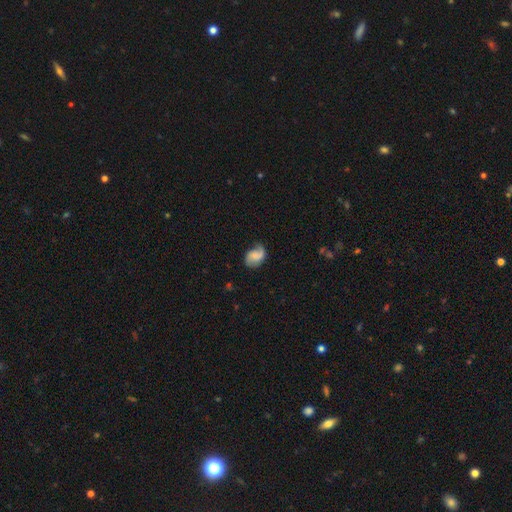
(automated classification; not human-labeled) A featured or disk galaxy (58%) with no bar (54%), 2 (68%) loose (44%) spiral arms (91%) and no central bulge (43%).

Vote fractions:
- Smooth or featured? featured or disk: 58% / smooth: 34% / star or artifact: 8%
- Edge-on disk? no: 98% / yes: 2%
- Bar? no: 54% / weak: 37% / strong: 9%
- Spiral arms? yes: 91% / no: 9%
- Spiral winding? loose: 44% / medium: 39% / tight: 18%
- Spiral arm count? 2: 68% / 1: 23% / can't tell: 6% / 3: 1% / 4: 1% / more than 4: 1%
- Bulge size? none: 43% / small: 30% / moderate: 19% / large: 6% / dominant: 2%
- Merging? none: 59% / minor disturbance: 26% / major disturbance: 13% / merger: 2%